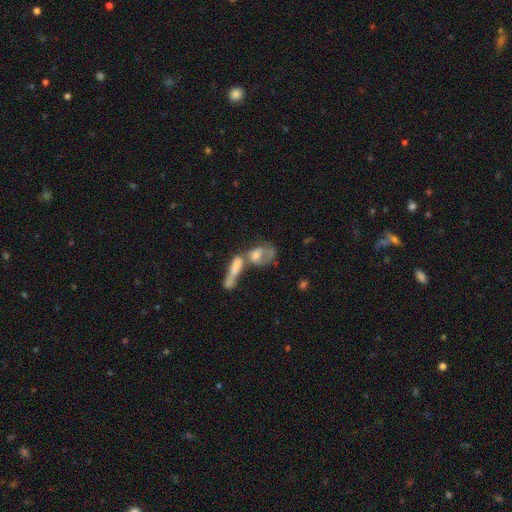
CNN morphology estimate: Smooth or featured?
  - smooth: 54% *
  - featured or disk: 37%
  - star or artifact: 9%
How rounded?
  - in between: 70% *
  - cigar-shaped: 17%
  - round: 13%
Merging?
  - merger: 64% *
  - major disturbance: 16%
  - none: 13%
  - minor disturbance: 8%